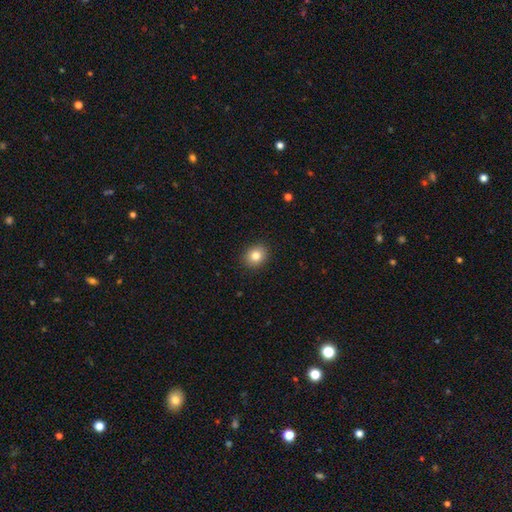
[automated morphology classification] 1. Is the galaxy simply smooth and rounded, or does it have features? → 82% smooth, 10% star or artifact, 8% featured or disk.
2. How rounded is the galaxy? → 64% round, 35% in between, 1% cigar-shaped.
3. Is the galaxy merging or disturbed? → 91% none, 7% minor disturbance, 2% major disturbance, 1% merger.